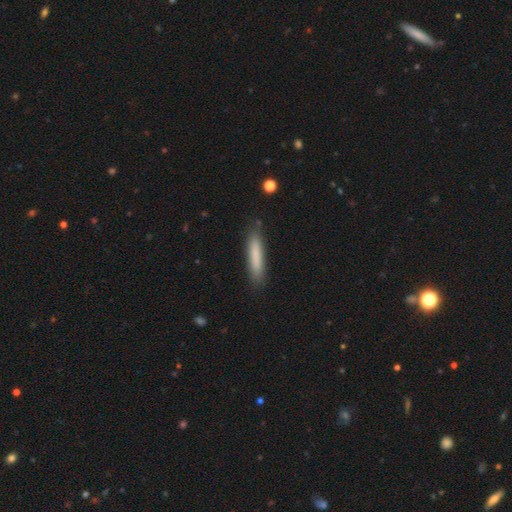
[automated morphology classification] A smooth galaxy with no disk features (80%) that is cigar-shaped (88%). Merging: none (86%).